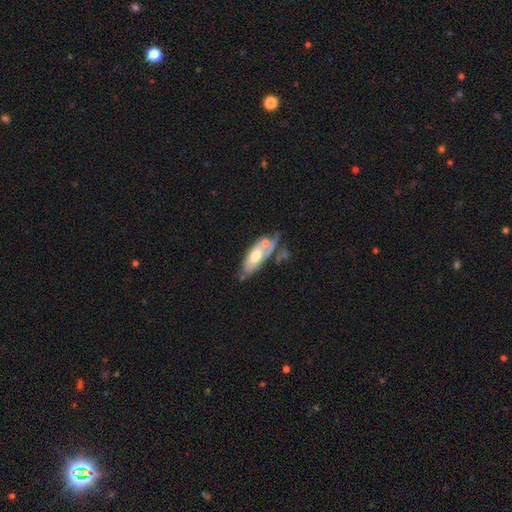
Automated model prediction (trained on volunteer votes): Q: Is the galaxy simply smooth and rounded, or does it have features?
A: smooth — 52%.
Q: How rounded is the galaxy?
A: in between — 73%.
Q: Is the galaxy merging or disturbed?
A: none — 36%.